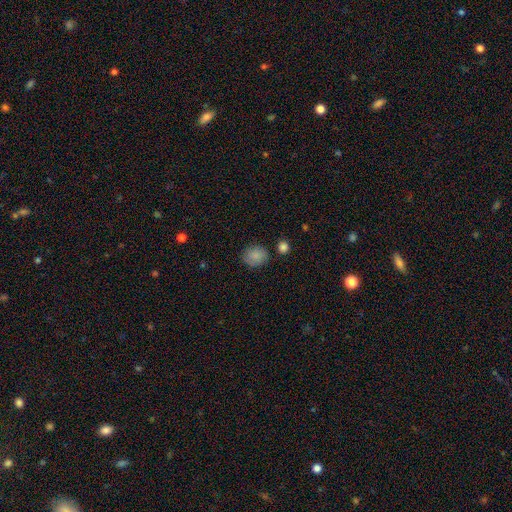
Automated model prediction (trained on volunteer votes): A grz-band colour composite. It shows a smooth galaxy with no disk features (85%) that is round (71%). Merging: none (79%).